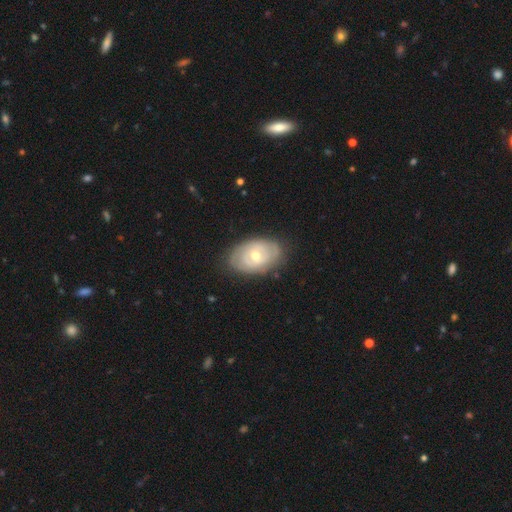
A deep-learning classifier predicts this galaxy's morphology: smooth_or_featured: featured or disk (p=0.63) [alt: smooth p=0.31]
disk_edge_on: no (p=0.94) [alt: yes p=0.06]
bar: no (p=0.77) [alt: weak p=0.18]
has_spiral_arms: no (p=0.51) [alt: yes p=0.49]
bulge_size: moderate (p=0.67) [alt: small p=0.28]
merging: none (p=0.78) [alt: minor disturbance p=0.16]